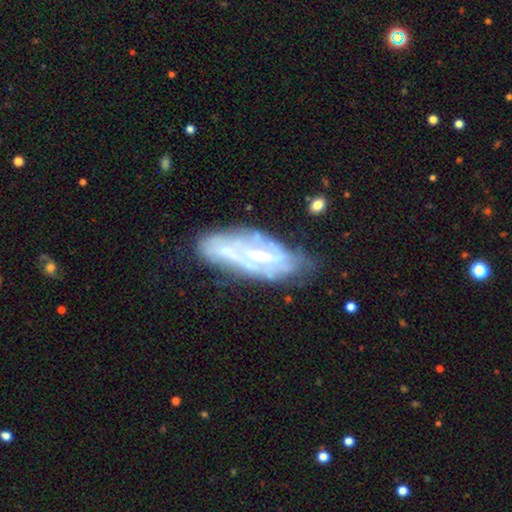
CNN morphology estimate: A featured or disk galaxy (74%) with a weak bar (38%), spiral arms (65%) and a small central bulge (45%).

Vote fractions:
- Smooth or featured? featured or disk: 74% / smooth: 18% / star or artifact: 8%
- Edge-on disk? no: 84% / yes: 16%
- Bar? weak: 38% / strong: 32% / no: 31%
- Spiral arms? yes: 65% / no: 35%
- Bulge size? small: 45% / moderate: 41% / none: 9% / large: 4% / dominant: 1%
- Merging? none: 54% / minor disturbance: 26% / major disturbance: 14% / merger: 5%